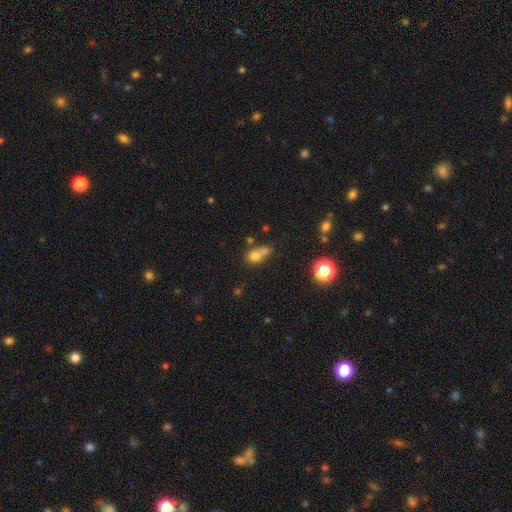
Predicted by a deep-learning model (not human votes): The model was most divided on "how rounded": round: 53%, in between: 44%, cigar-shaped: 3%. More confident: smooth or featured — smooth (71%); merging — merger (52%).